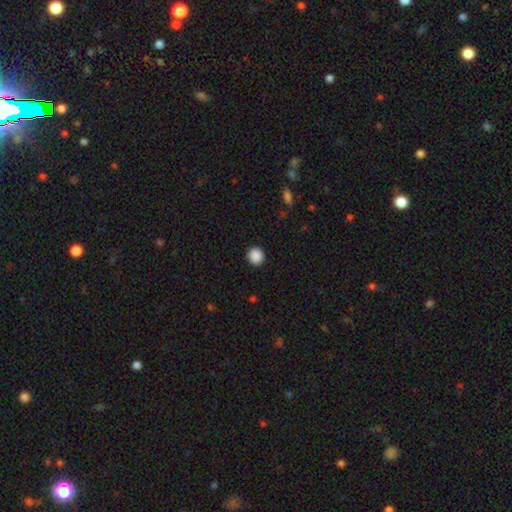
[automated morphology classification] This appears to be a smooth galaxy with no disk features (89%) that is round (92%). Merging: none (92%).